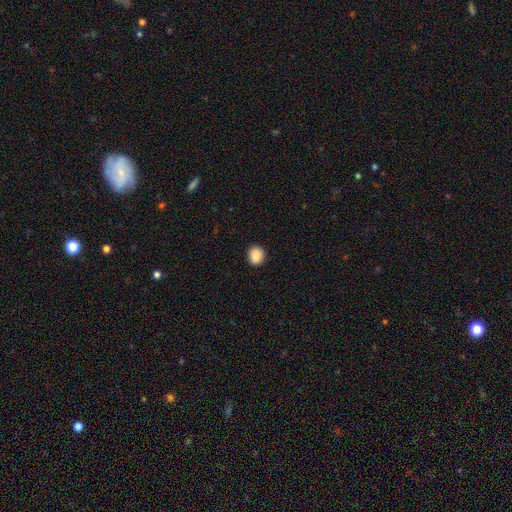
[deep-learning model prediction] smooth_or_featured: smooth (p=0.89) [alt: star or artifact p=0.08]
how_rounded: round (p=0.68) [alt: in between p=0.31]
merging: none (p=0.90) [alt: minor disturbance p=0.07]